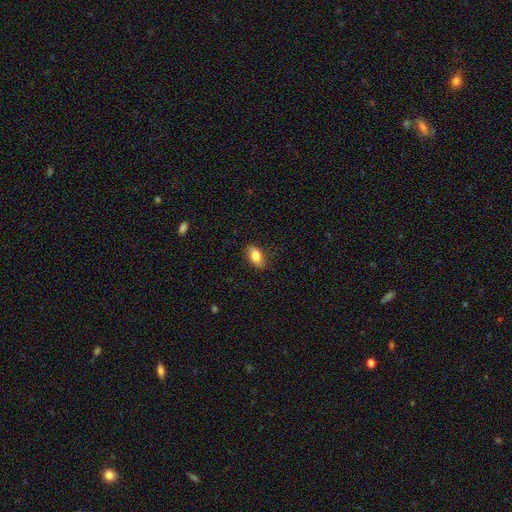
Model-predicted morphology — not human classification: This is clearly a smooth galaxy (83%). How rounded: clearly in between (89%). Merging: clearly none (82%).